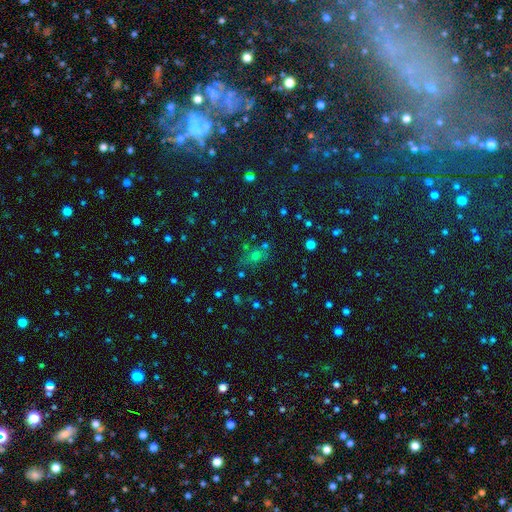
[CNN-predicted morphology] Smooth or featured: star or artifact — 53% (smooth — 37%)